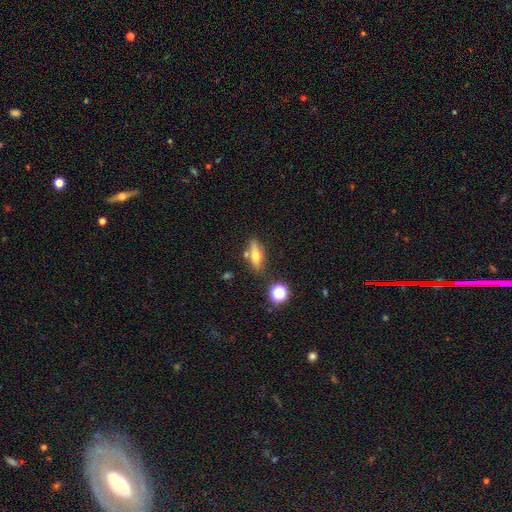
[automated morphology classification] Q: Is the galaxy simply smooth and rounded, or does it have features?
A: smooth — 51%.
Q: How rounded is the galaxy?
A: cigar-shaped — 48%.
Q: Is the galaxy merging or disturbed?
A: none — 75%.